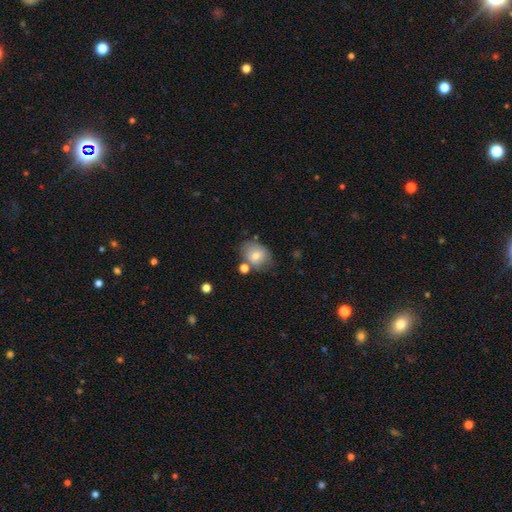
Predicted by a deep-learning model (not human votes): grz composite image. It shows a smooth galaxy with no disk features (72%) that is in between round and cigar-shaped (51%). Merging: none (61%).